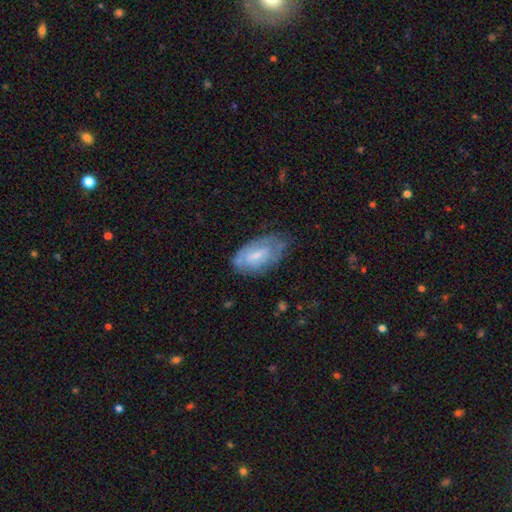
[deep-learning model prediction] A featured or disk galaxy (47%).

Vote fractions:
- Smooth or featured? featured or disk: 47% / smooth: 46% / star or artifact: 7%
- Merging? none: 54% / minor disturbance: 32% / major disturbance: 11% / merger: 3%